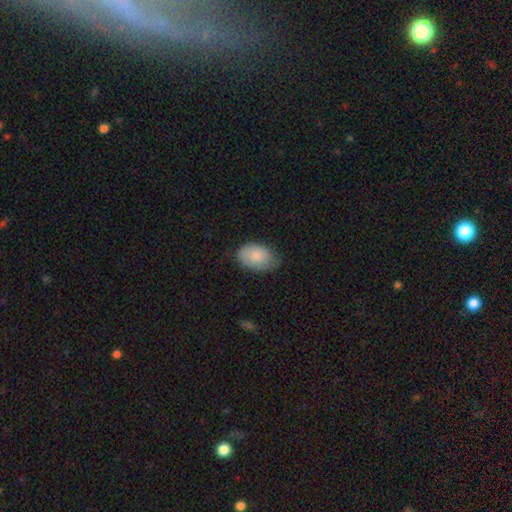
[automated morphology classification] The model was most divided on "merging": none: 66%, minor disturbance: 28%, major disturbance: 5%, merger: 1%. More confident: how rounded — in between (89%); smooth or featured — smooth (81%).